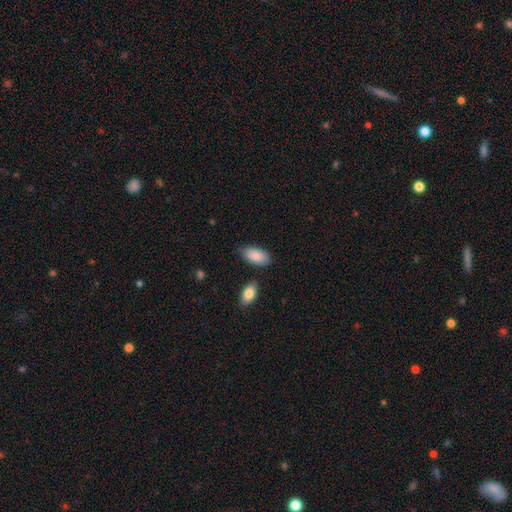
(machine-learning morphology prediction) A smooth galaxy with no disk features (89%) that is in between round and cigar-shaped (94%). Merging: none (76%).